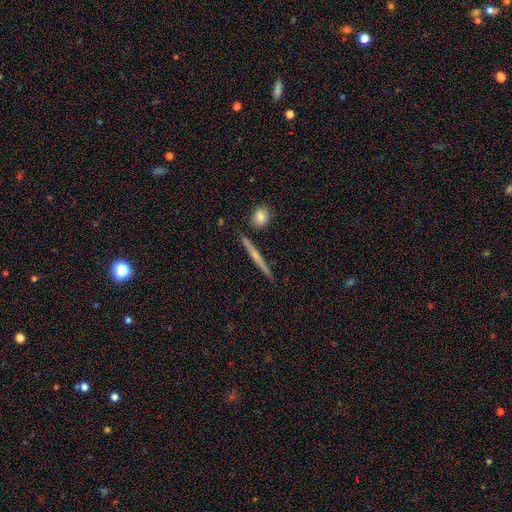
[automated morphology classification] type=featured or disk (58%); edge-on=yes (97%); edge-on bulge=none (52%); merging=none (87%).